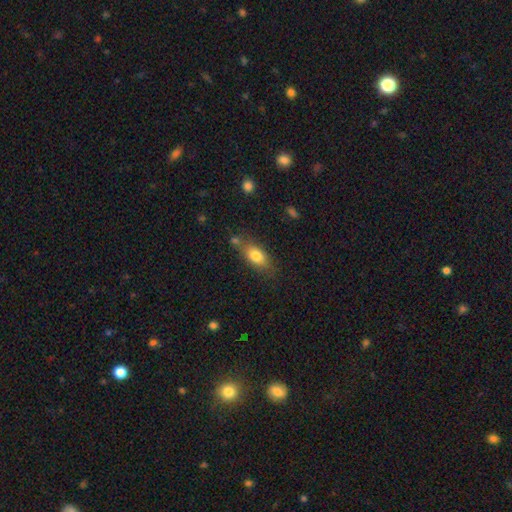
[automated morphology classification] Smooth or featured: smooth — 78% (featured or disk — 14%)
How rounded: in between — 82% (cigar-shaped — 11%)
Merging: none — 65% (minor disturbance — 19%)